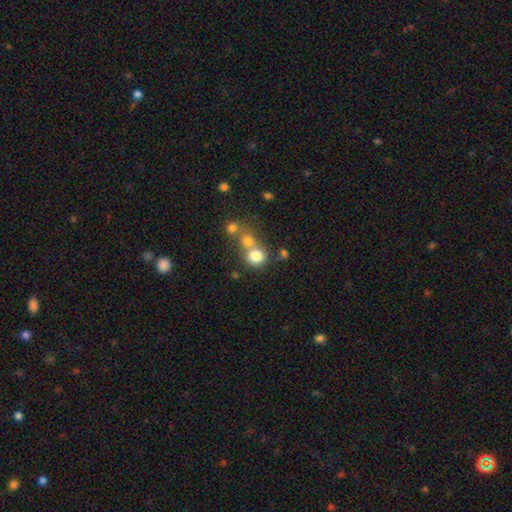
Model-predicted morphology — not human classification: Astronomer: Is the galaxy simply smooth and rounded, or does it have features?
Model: smooth — 79%.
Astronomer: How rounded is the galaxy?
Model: round — 82%.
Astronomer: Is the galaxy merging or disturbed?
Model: none — 47% (runner-up: merger, 41%).